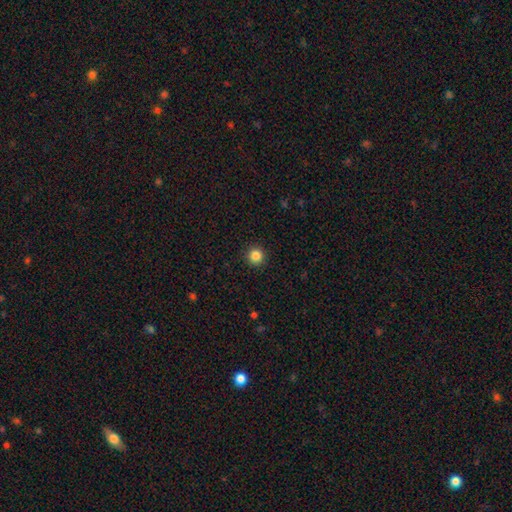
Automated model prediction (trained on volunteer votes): Morphology: type=smooth (85%); roundness=round (96%); merging=none (93%).